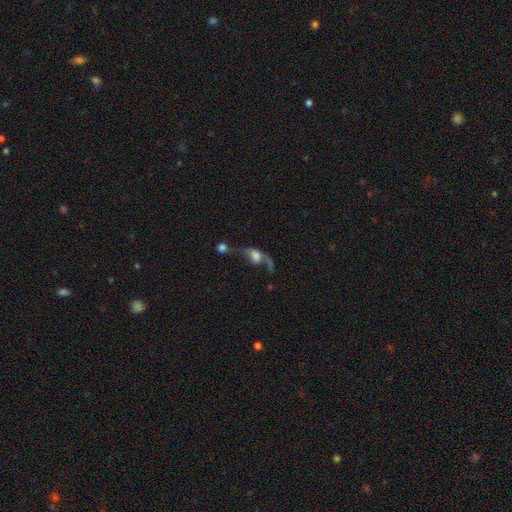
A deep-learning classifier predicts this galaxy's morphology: Overall: featured or disk (52%; smooth 36%). Edge-on disk: no (86%). Merging: merger (48%; major disturbance 28%).